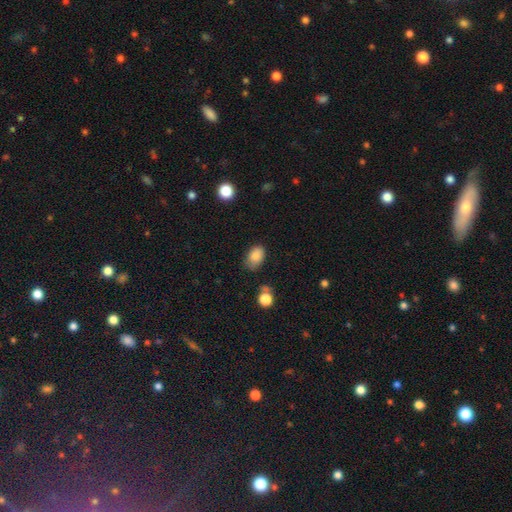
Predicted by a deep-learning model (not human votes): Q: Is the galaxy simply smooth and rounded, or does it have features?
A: smooth — 83%.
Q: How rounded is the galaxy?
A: in between — 84%.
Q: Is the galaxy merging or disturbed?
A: none — 67%.